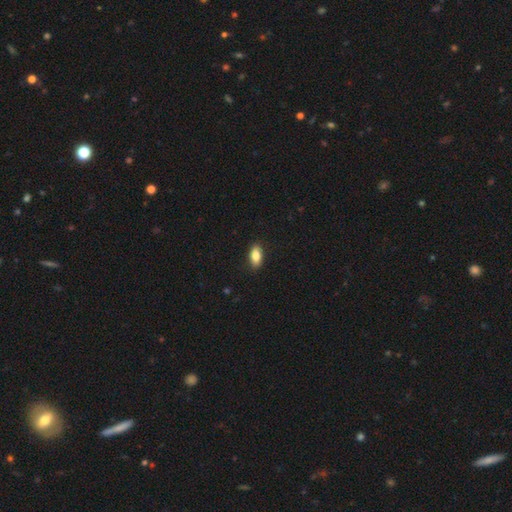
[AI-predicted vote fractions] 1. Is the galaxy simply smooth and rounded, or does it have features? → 83% smooth, 9% featured or disk, 7% star or artifact.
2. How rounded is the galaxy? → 88% in between, 8% cigar-shaped, 4% round.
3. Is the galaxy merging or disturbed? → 89% none, 8% minor disturbance, 2% major disturbance, 1% merger.